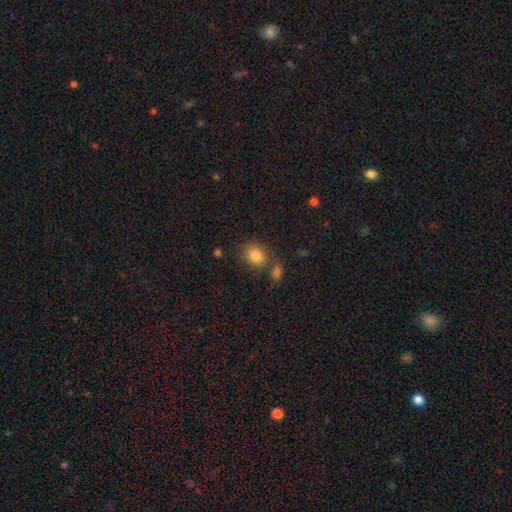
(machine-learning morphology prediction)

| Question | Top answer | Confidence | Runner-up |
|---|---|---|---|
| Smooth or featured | smooth | 82% | star or artifact (10%) |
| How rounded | round | 67% | in between (32%) |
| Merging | none | 69% | merger (13%) |